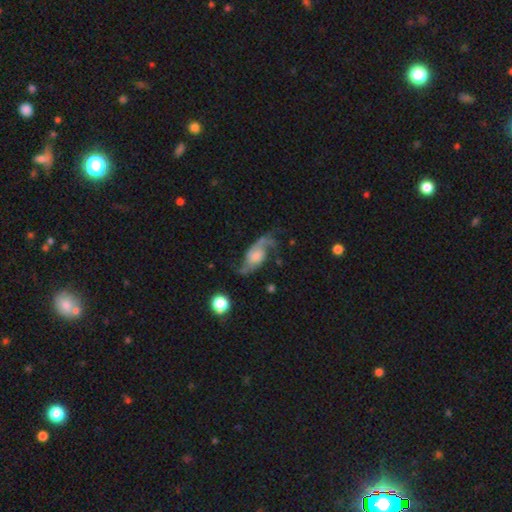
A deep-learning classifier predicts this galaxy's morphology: smooth_or_featured: featured or disk (p=0.83) [alt: smooth p=0.11]
disk_edge_on: no (p=0.95) [alt: yes p=0.05]
bar: no (p=0.64) [alt: weak p=0.29]
has_spiral_arms: yes (p=0.95) [alt: no p=0.05]
spiral_winding: loose (p=0.59) [alt: medium p=0.32]
spiral_arm_count: 2 (p=0.90) [alt: 1 p=0.04]
bulge_size: moderate (p=0.39) [alt: small p=0.36]
merging: none (p=0.60) [alt: minor disturbance p=0.21]